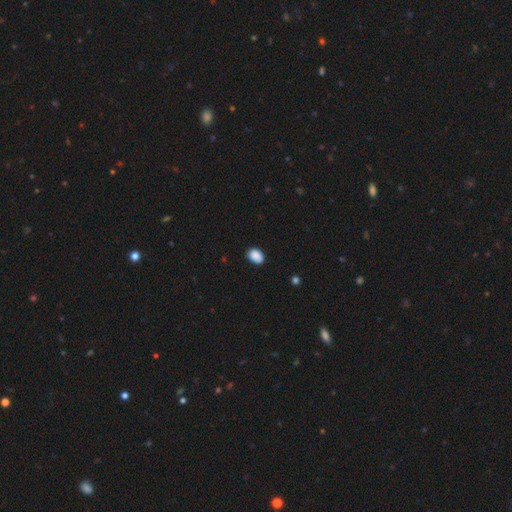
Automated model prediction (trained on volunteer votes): Smooth or featured? smooth (89%)
How rounded? in between (81%)
Merging? none (83%)